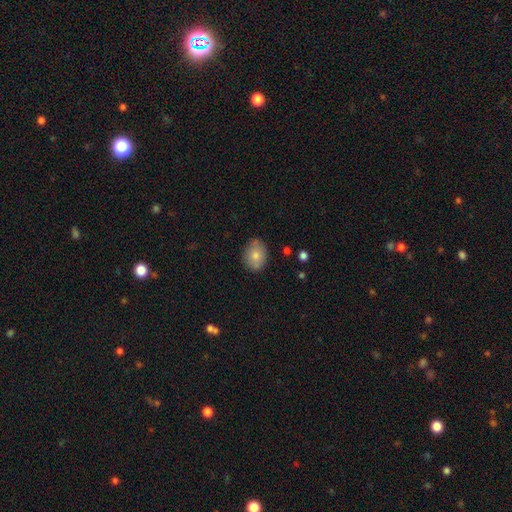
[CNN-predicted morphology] A smooth galaxy with no disk features (79%) that is in between round and cigar-shaped (60%).

Vote fractions:
- Smooth or featured? smooth: 79% / featured or disk: 13% / star or artifact: 8%
- How rounded? in between: 60% / round: 39% / cigar-shaped: 1%
- Merging? none: 83% / minor disturbance: 13% / major disturbance: 3% / merger: 2%